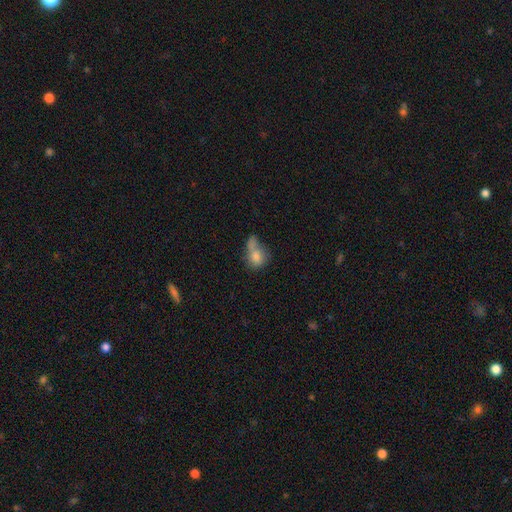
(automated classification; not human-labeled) This appears to be a smooth galaxy with no disk features (69%) that is in between round and cigar-shaped (57%). Merging: merger (33%).